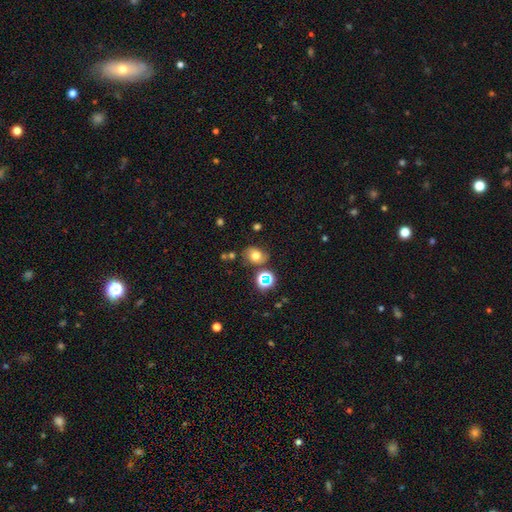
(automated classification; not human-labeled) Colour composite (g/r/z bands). It shows a smooth galaxy with no disk features (62%) that is round (54%). Merging: none (67%).